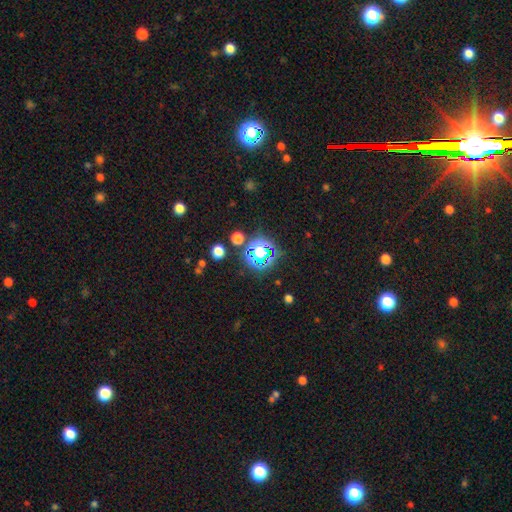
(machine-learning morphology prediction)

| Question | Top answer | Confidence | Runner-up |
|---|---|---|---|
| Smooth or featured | star or artifact | 55% | smooth (34%) |